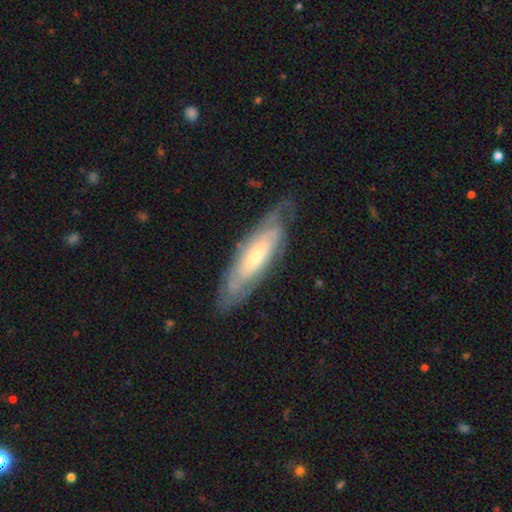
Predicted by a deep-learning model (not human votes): Smooth or featured: featured or disk — 70% (smooth — 24%)
Edge-on disk: no — 72% (yes — 28%)
Bar: no — 64% (weak — 26%)
Spiral arms: yes — 80% (no — 20%)
Bulge size: small — 65% (moderate — 29%)
Merging: none — 72% (minor disturbance — 19%)